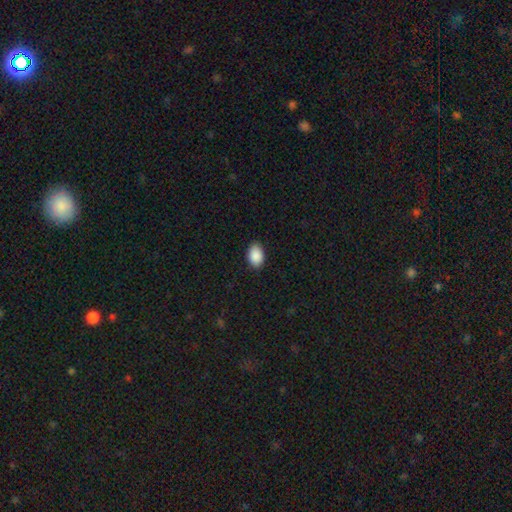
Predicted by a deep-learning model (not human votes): Smooth or featured: smooth — 90% (star or artifact — 7%)
How rounded: in between — 87% (round — 11%)
Merging: none — 86% (minor disturbance — 11%)